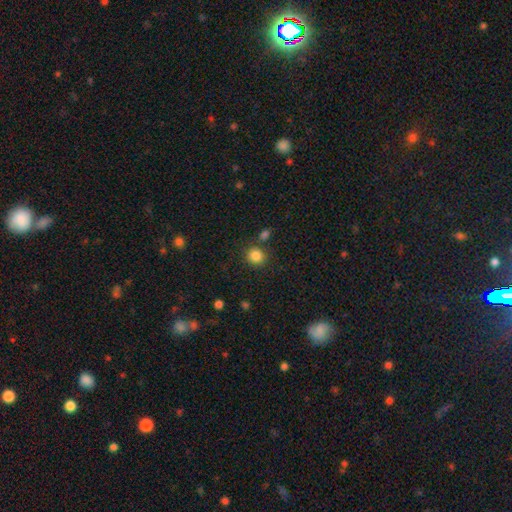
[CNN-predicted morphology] A smooth galaxy with no disk features (85%) that is round (84%). Merging: none (79%).